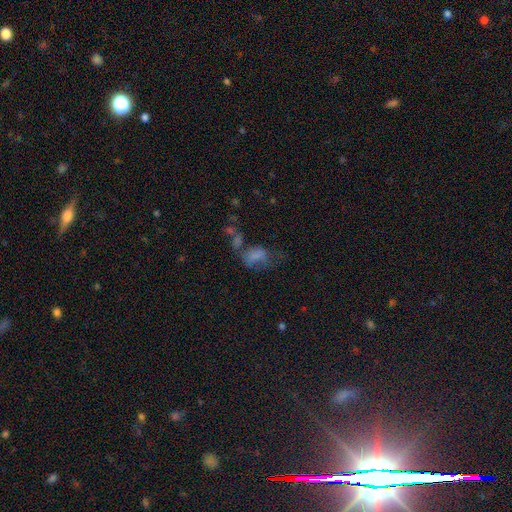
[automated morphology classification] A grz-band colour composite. It shows a smooth galaxy with no disk features (63%) that is in between round and cigar-shaped (79%). Merging: major disturbance (33%).